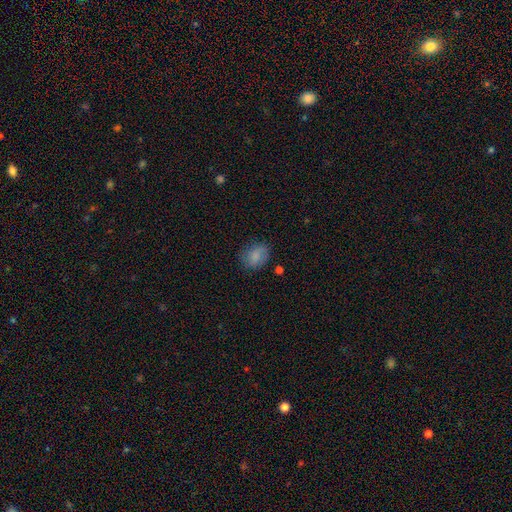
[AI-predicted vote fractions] Q: Smooth or featured?
A: smooth (82%); runner-up: featured or disk (10%)
Q: How rounded?
A: in between (55%); runner-up: round (44%)
Q: Merging?
A: none (74%); runner-up: minor disturbance (19%)